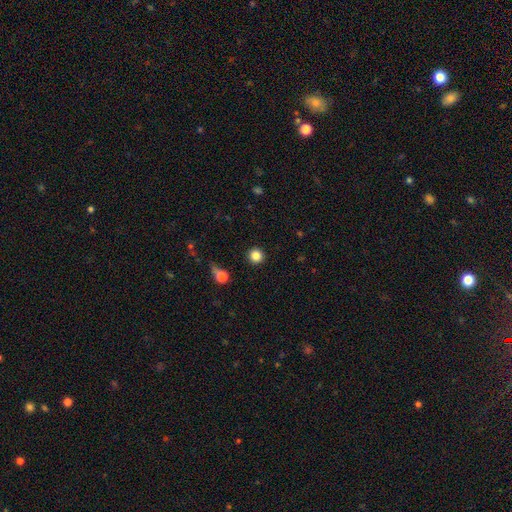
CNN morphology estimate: Overall: smooth (84%). How rounded: round (94%). Merging: none (91%).